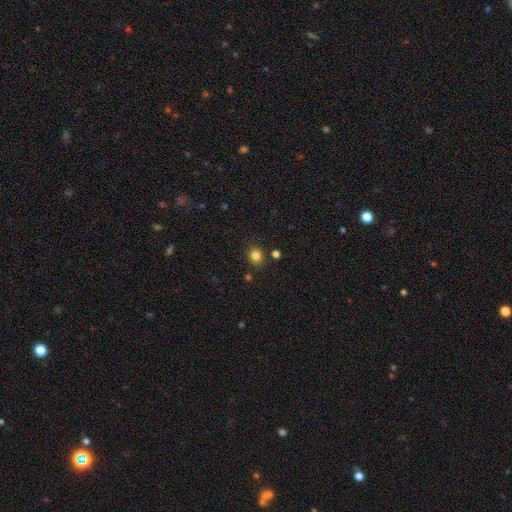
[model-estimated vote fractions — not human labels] Smooth or featured? Predicted: smooth (p=0.82). How rounded? Predicted: round (p=0.72). Merging? Predicted: none (p=0.85).